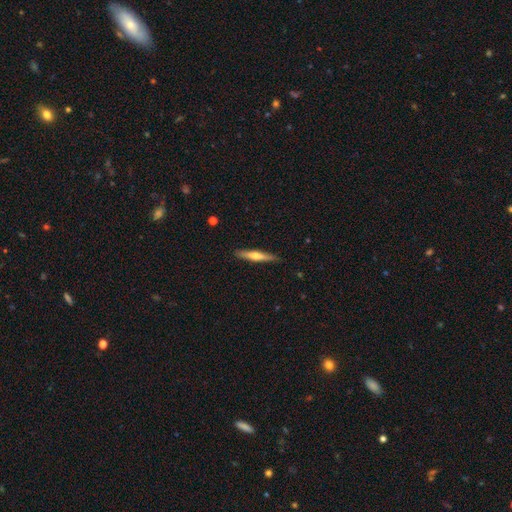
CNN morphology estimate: type=featured or disk (53%); edge-on=yes (95%); edge-on bulge=rounded (85%); merging=none (89%).